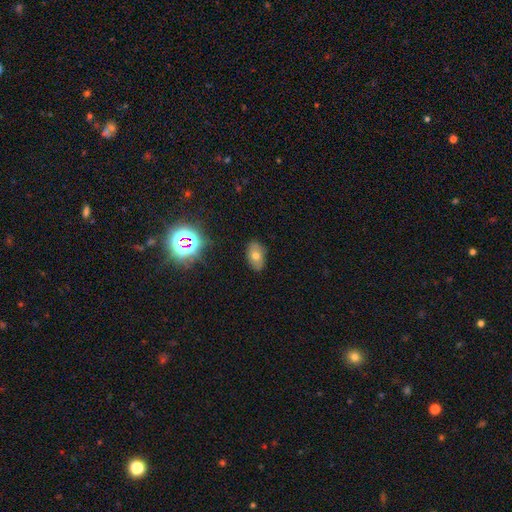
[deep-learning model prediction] A smooth galaxy with no disk features (66%) that is in between round and cigar-shaped (90%).

Vote fractions:
- Smooth or featured? smooth: 66% / featured or disk: 18% / star or artifact: 16%
- How rounded? in between: 90% / round: 9% / cigar-shaped: 2%
- Merging? none: 85% / minor disturbance: 11% / major disturbance: 3% / merger: 1%